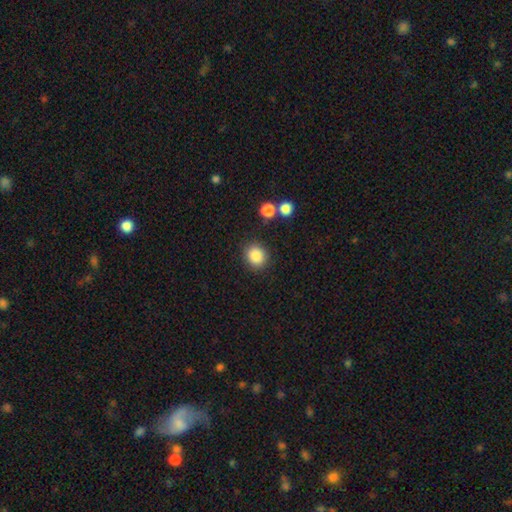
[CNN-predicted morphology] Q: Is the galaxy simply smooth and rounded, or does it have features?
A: smooth — 86%.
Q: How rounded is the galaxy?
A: round — 73%.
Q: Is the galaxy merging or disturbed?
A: none — 86%.